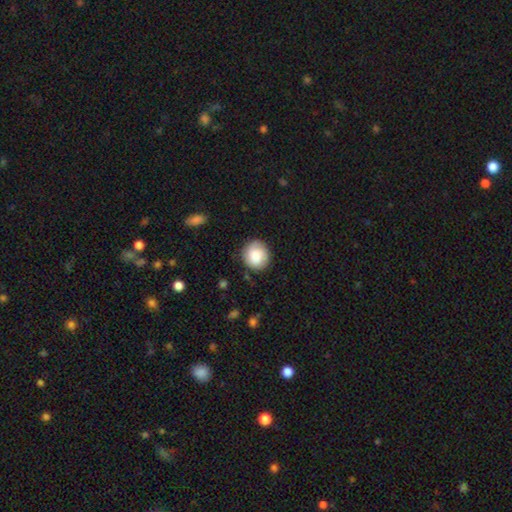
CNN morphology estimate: Q: Smooth or featured?
A: smooth (80%); runner-up: featured or disk (13%)
Q: How rounded?
A: round (85%); runner-up: in between (14%)
Q: Merging?
A: none (83%); runner-up: minor disturbance (13%)